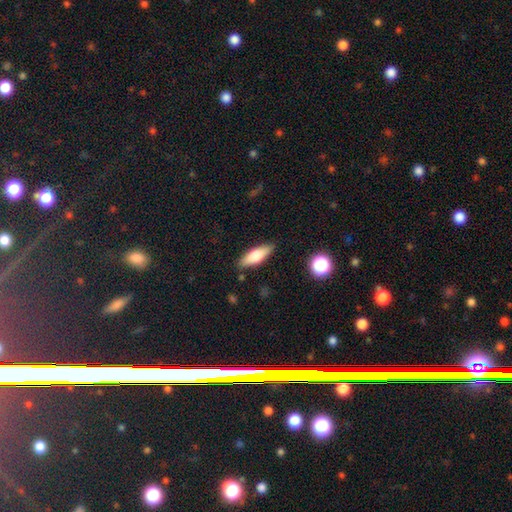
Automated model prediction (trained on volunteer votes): Smooth or featured? smooth (65%)
How rounded? in between (53%)
Merging? none (86%)